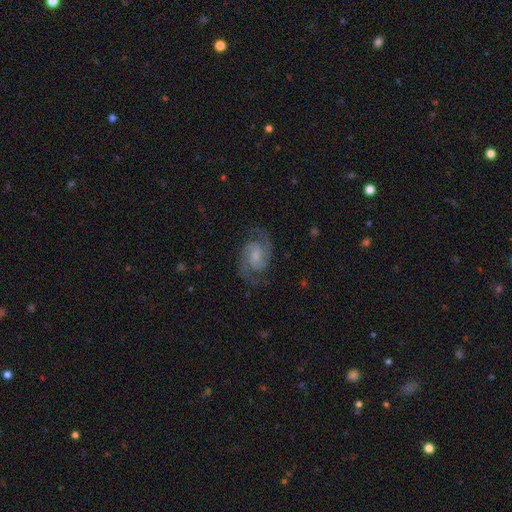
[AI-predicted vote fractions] Smooth or featured? Predicted: featured or disk (p=0.90). Edge-on disk? Predicted: no (p=0.98). Bar? Predicted: no (p=0.47). Spiral arms? Predicted: yes (p=0.98). Spiral winding? Predicted: medium (p=0.59). Spiral arm count? Predicted: 2 (p=0.93). Bulge size? Predicted: small (p=0.49). Merging? Predicted: none (p=0.81).